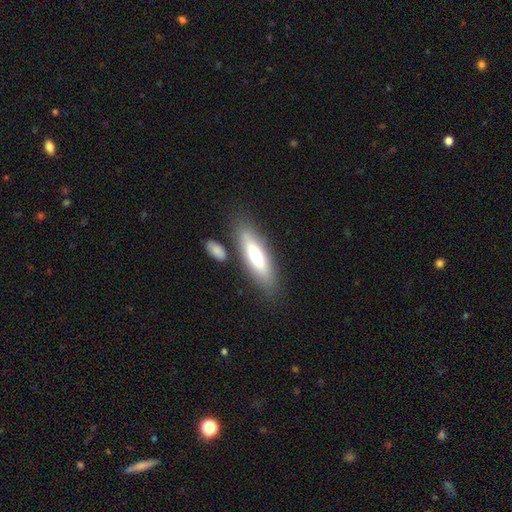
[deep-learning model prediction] The model was most divided on "how rounded": cigar-shaped: 57%, in between: 41%, round: 2%. More confident: merging — none (77%); smooth or featured — smooth (63%).